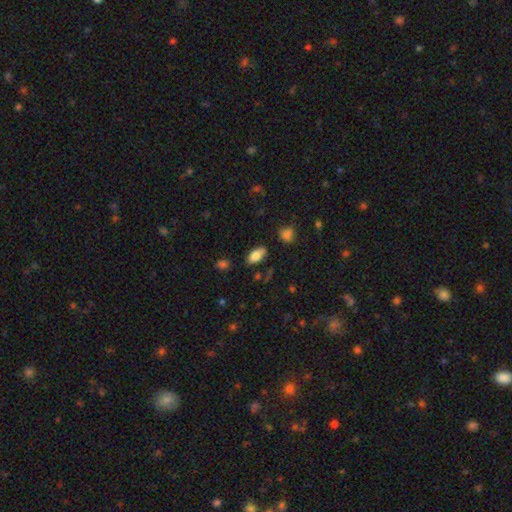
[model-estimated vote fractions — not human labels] This is clearly a smooth galaxy (82%). How rounded: clearly in between (91%). Merging: likely none (79%).